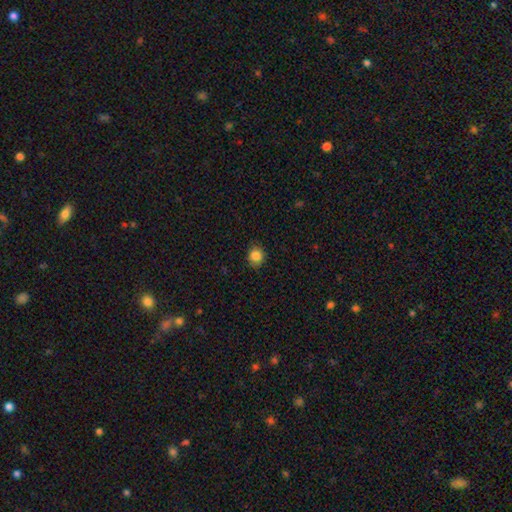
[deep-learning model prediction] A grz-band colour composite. It shows a smooth galaxy with no disk features (85%) that is round (80%). Merging: none (85%).